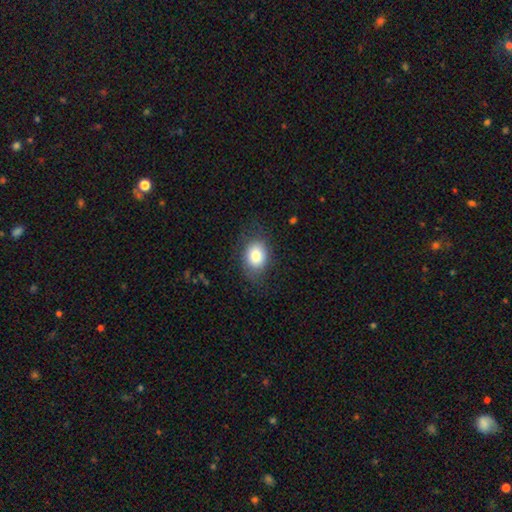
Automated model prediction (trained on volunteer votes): smooth 80%, featured or disk 11%, star or artifact 9%. Down the decision tree: how rounded — in between (60%); merging — none (74%).